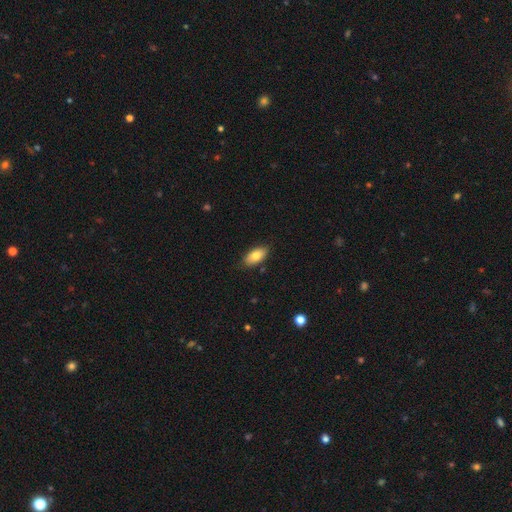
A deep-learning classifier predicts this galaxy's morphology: type=smooth (81%); roundness=in between (92%); merging=none (85%).